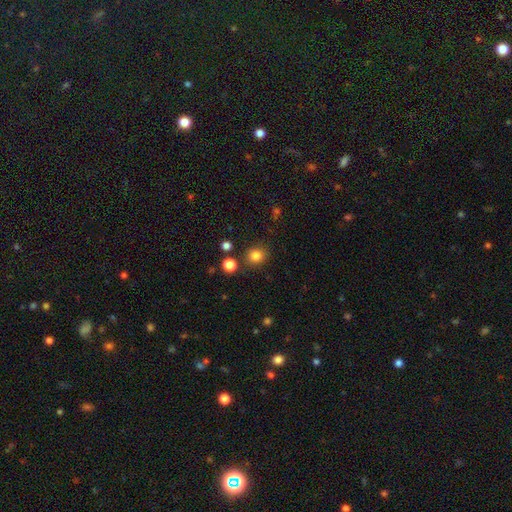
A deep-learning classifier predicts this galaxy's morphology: This appears to be a smooth galaxy with no disk features (83%) that is round (86%). Merging: none (84%).